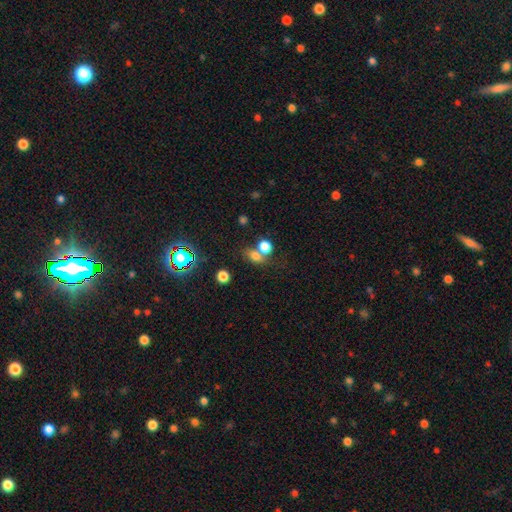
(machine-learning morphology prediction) type=smooth (72%); roundness=in between (50%); merging=none (42%, tied with merger).